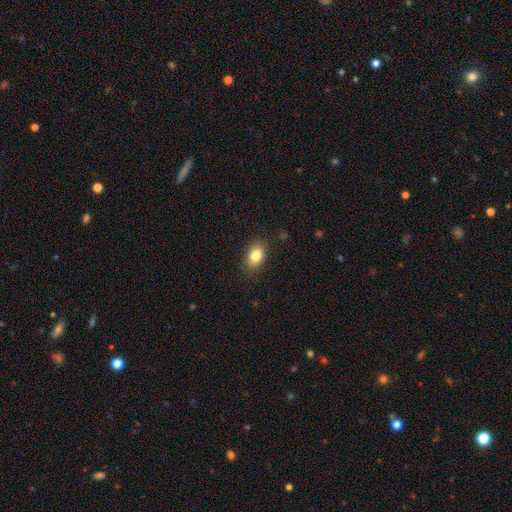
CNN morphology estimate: Q: Smooth or featured?
A: smooth (82%); runner-up: featured or disk (9%)
Q: How rounded?
A: in between (83%); runner-up: round (15%)
Q: Merging?
A: none (85%); runner-up: minor disturbance (11%)